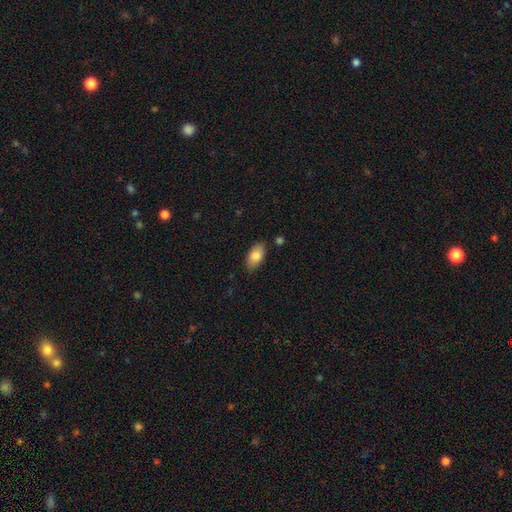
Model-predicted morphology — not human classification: Smooth or featured: smooth — 84% (featured or disk — 9%)
How rounded: in between — 93% (round — 3%)
Merging: none — 84% (minor disturbance — 11%)